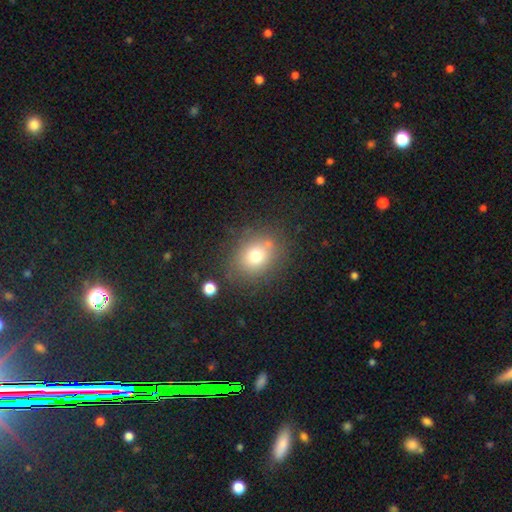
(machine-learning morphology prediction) Smooth or featured? Predicted: smooth (p=0.74). How rounded? Predicted: round (p=0.62). Merging? Predicted: none (p=0.76).